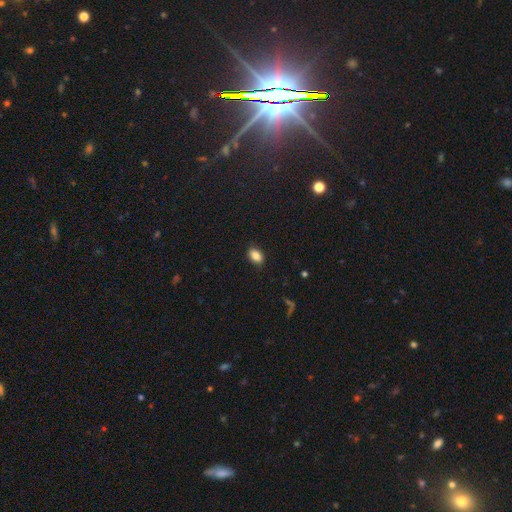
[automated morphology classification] The model was most divided on "how rounded": in between: 83%, round: 16%, cigar-shaped: 1%. More confident: merging — none (87%); smooth or featured — smooth (86%).